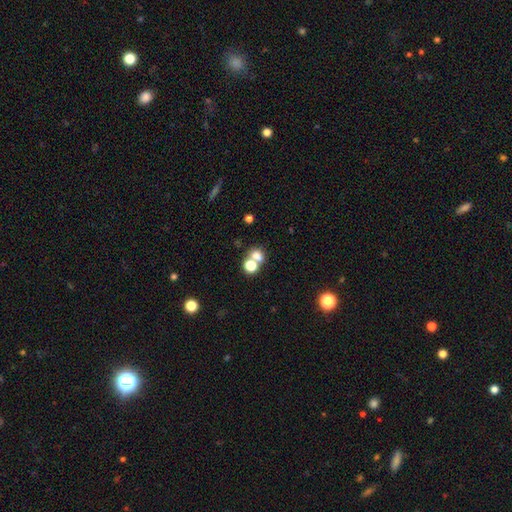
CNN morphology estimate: smooth 69%, star or artifact 20%, featured or disk 12%. Down the decision tree: how rounded — round (66%); merging — merger (44%, tied with none).